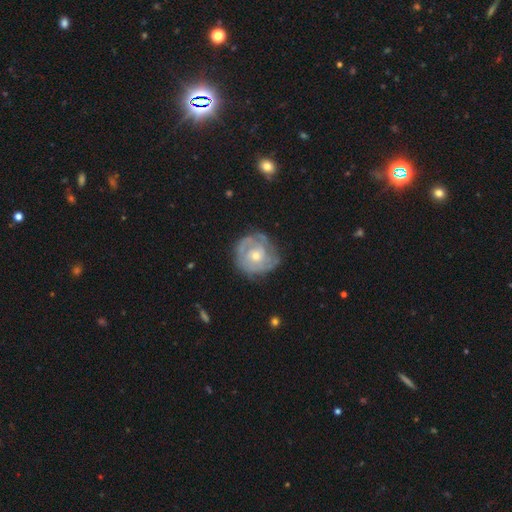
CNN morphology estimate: smooth_or_featured: featured or disk (p=0.73) [alt: smooth p=0.20]
disk_edge_on: no (p=0.97) [alt: yes p=0.03]
bar: no (p=0.79) [alt: weak p=0.18]
has_spiral_arms: yes (p=0.78) [alt: no p=0.22]
spiral_winding: tight (p=0.68) [alt: medium p=0.24]
spiral_arm_count: can't tell (p=0.48) [alt: 2 p=0.21]
bulge_size: moderate (p=0.55) [alt: small p=0.41]
merging: none (p=0.71) [alt: minor disturbance p=0.19]